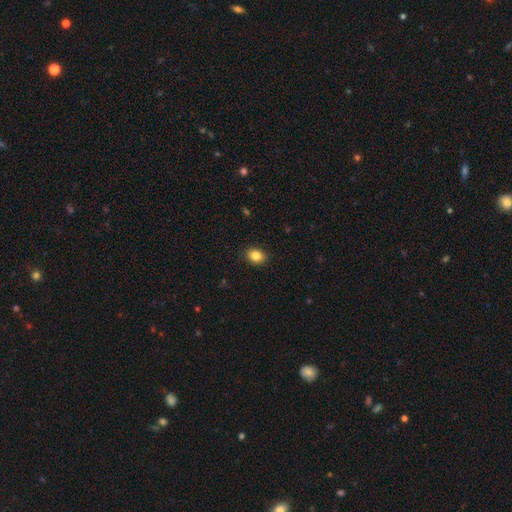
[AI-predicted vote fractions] This is clearly a smooth galaxy (85%). How rounded: possibly in between (55%). Merging: clearly none (90%).